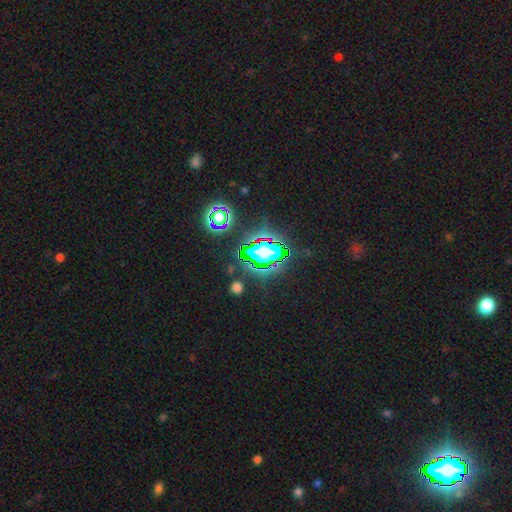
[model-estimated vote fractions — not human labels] The model was most divided on "smooth or featured": star or artifact: 78%, smooth: 13%, featured or disk: 9%.